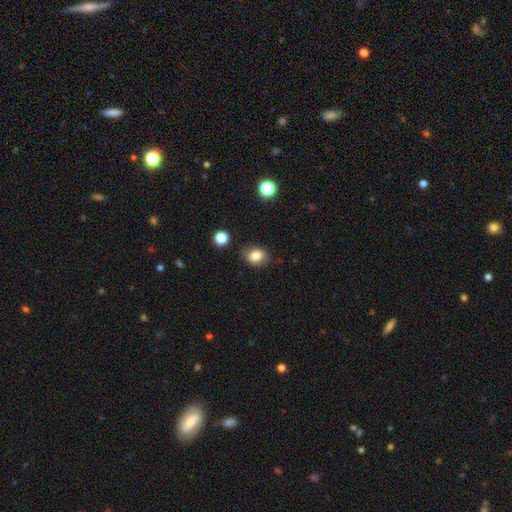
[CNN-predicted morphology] Smooth or featured?
  - smooth: 83% *
  - star or artifact: 10%
  - featured or disk: 7%
How rounded?
  - in between: 55% *
  - round: 44%
  - cigar-shaped: 1%
Merging?
  - none: 81% *
  - minor disturbance: 14%
  - major disturbance: 3%
  - merger: 2%